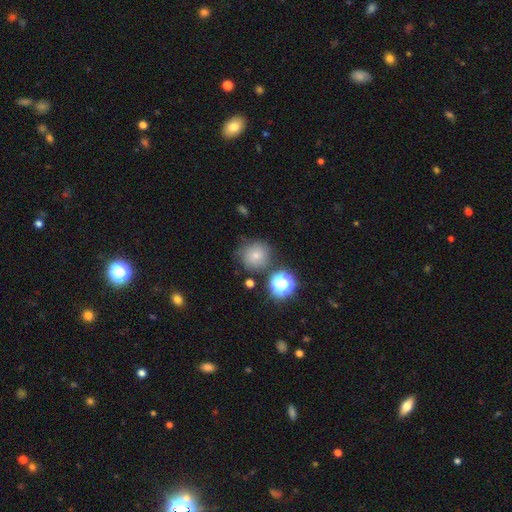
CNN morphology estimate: A smooth galaxy with no disk features (66%) that is round (89%).

Vote fractions:
- Smooth or featured? smooth: 66% / star or artifact: 17% / featured or disk: 16%
- How rounded? round: 89% / in between: 10% / cigar-shaped: 1%
- Merging? none: 68% / minor disturbance: 18% / merger: 7% / major disturbance: 7%